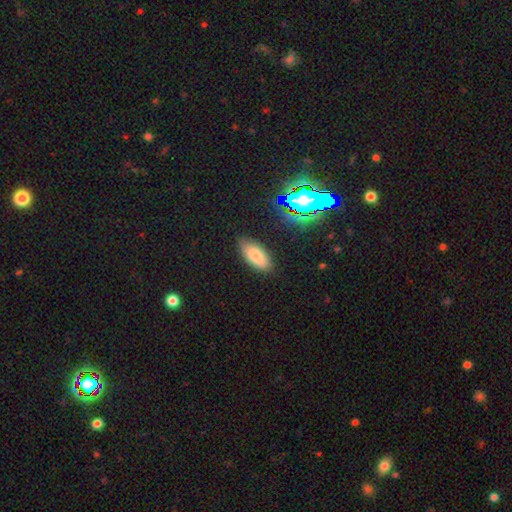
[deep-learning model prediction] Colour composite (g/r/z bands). It shows a smooth galaxy with no disk features (77%) that is in between round and cigar-shaped (88%). Merging: none (83%).